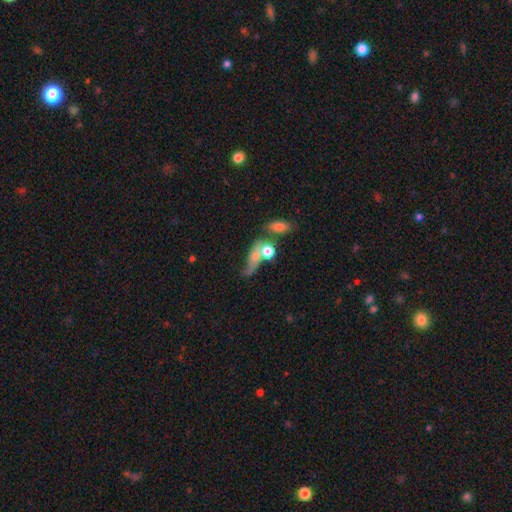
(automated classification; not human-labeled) smooth-or-featured: smooth: 53% | featured or disk: 33% | star or artifact: 14%
  how-rounded: in between: 53% | round: 27% | cigar-shaped: 20%
  merging: merger: 37% | none: 25% | major disturbance: 21% | minor disturbance: 16%